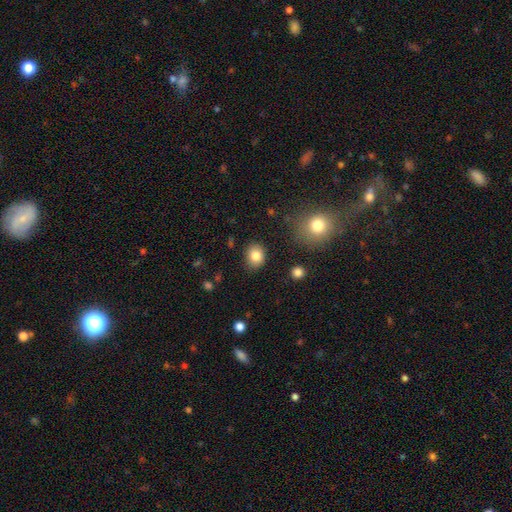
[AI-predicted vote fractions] Smooth or featured? Predicted: smooth (p=0.83). How rounded? Predicted: round (p=0.57). Merging? Predicted: none (p=0.86).